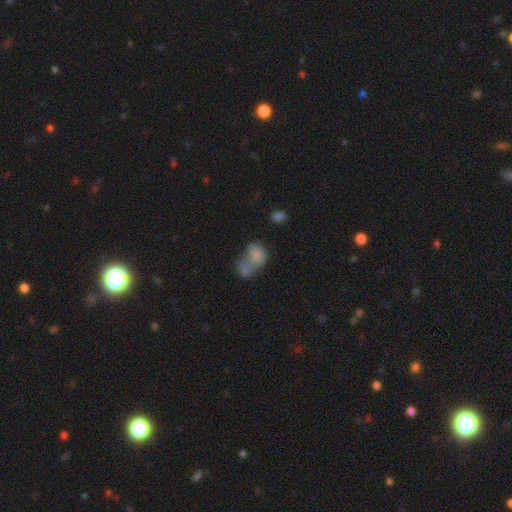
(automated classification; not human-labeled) smooth_or_featured: smooth (p=0.74) [alt: featured or disk p=0.16]
how_rounded: in between (p=0.72) [alt: round p=0.26]
merging: merger (p=0.63) [alt: none p=0.17]